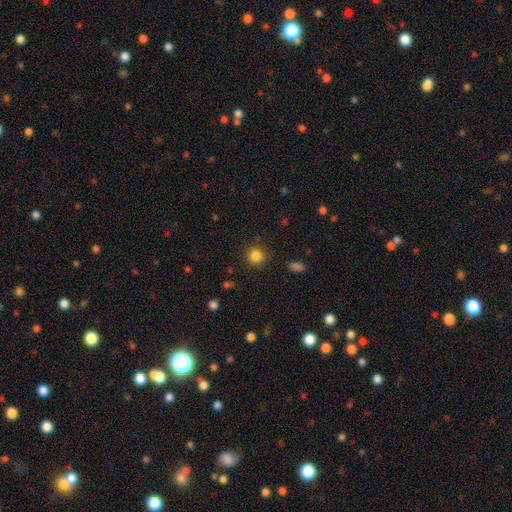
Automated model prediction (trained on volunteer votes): Morphology: type=smooth (84%); roundness=round (92%); merging=none (89%).